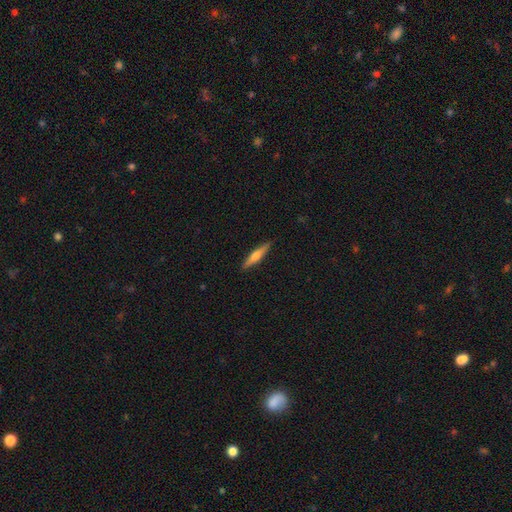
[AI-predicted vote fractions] A smooth galaxy with no disk features (48%).

Vote fractions:
- Smooth or featured? smooth: 48% / featured or disk: 47% / star or artifact: 6%
- Merging? none: 91% / minor disturbance: 7% / major disturbance: 1% / merger: 1%